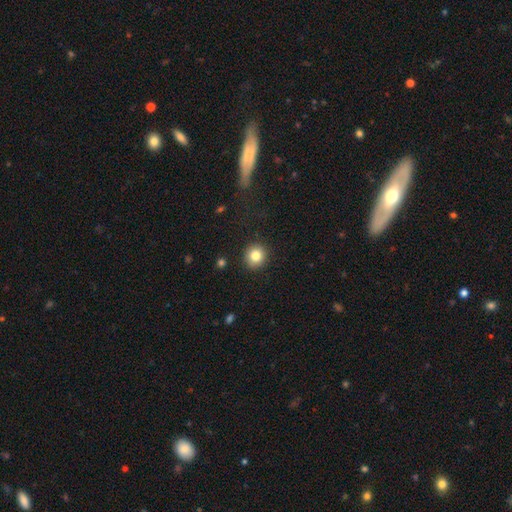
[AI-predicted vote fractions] Overall: smooth (82%). How rounded: round (89%). Merging: none (90%).